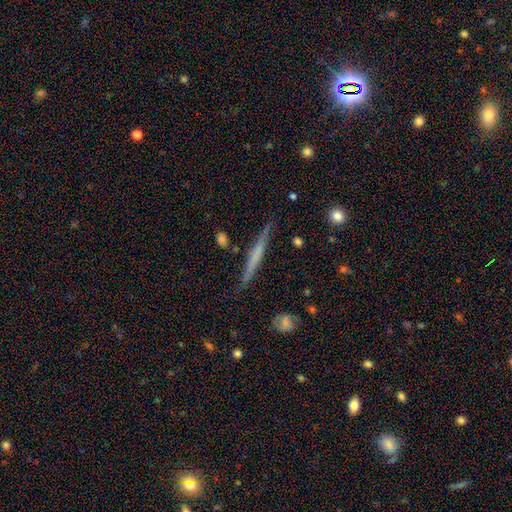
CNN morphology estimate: Smooth or featured?
  - featured or disk: 54% *
  - smooth: 39%
  - star or artifact: 6%
Edge-on disk?
  - yes: 97% *
  - no: 3%
Edge-on bulge?
  - none: 74% *
  - rounded: 16%
  - boxy: 11%
Merging?
  - none: 87% *
  - minor disturbance: 9%
  - major disturbance: 2%
  - merger: 2%